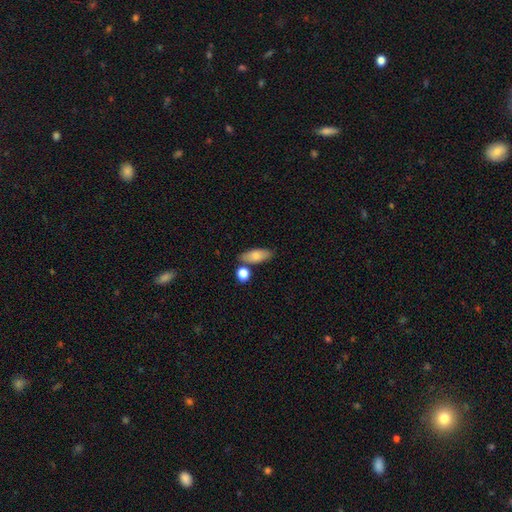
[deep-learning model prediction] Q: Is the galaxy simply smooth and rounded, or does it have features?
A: smooth — 79%.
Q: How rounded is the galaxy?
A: in between — 78%.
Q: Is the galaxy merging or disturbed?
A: none — 71%.